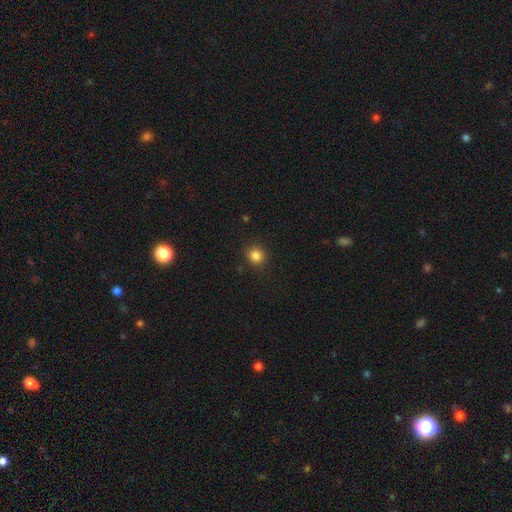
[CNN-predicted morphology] The model was most divided on "how rounded": round: 84%, in between: 15%, cigar-shaped: 1%. More confident: merging — none (89%); smooth or featured — smooth (84%).